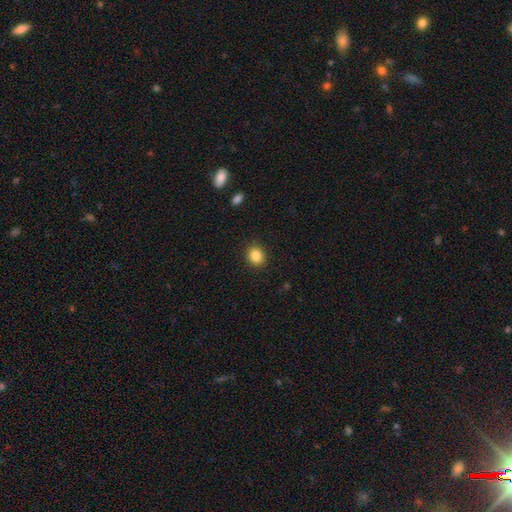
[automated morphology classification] Smooth or featured? Predicted: smooth (p=0.85). How rounded? Predicted: round (p=0.75). Merging? Predicted: none (p=0.89).